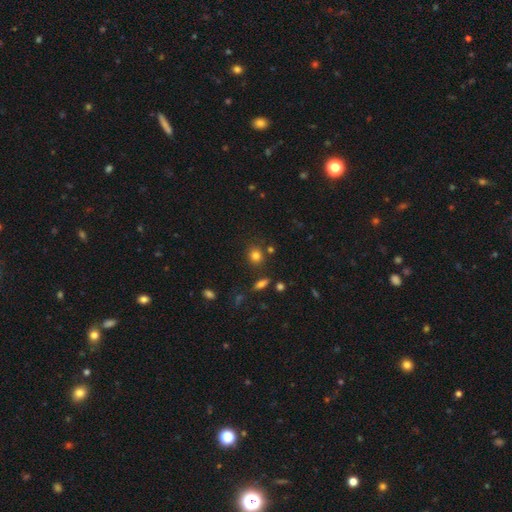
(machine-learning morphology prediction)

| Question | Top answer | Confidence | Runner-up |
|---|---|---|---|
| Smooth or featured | smooth | 80% | star or artifact (13%) |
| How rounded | round | 75% | in between (24%) |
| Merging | none | 79% | minor disturbance (11%) |